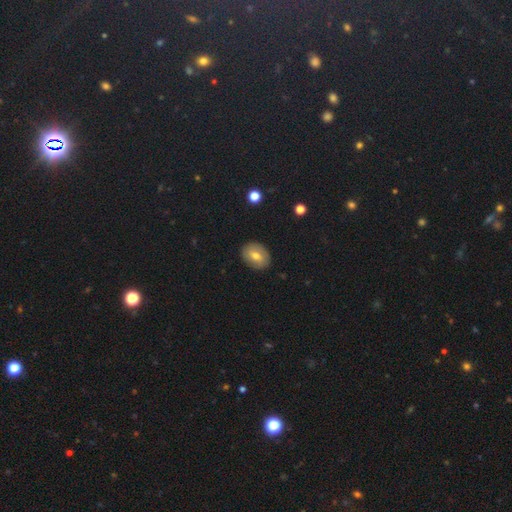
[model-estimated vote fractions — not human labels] Smooth or featured? Predicted: smooth (p=0.68). How rounded? Predicted: in between (p=0.65). Merging? Predicted: none (p=0.87).